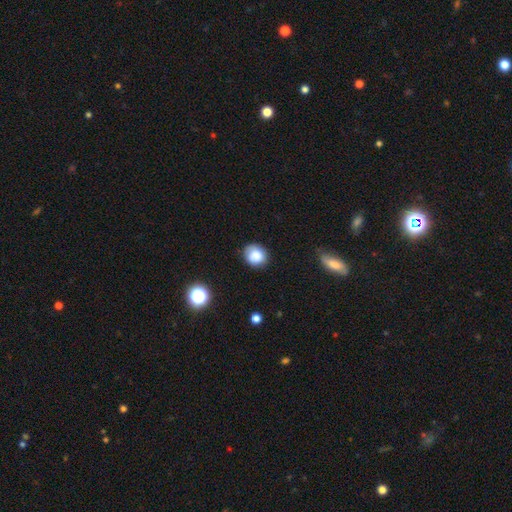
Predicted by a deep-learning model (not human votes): Smooth or featured? smooth (83%)
How rounded? round (71%)
Merging? none (73%)